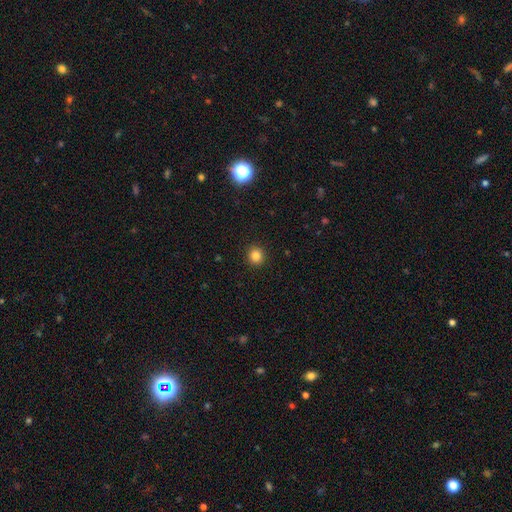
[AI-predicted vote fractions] Q: Smooth or featured?
A: smooth (82%); runner-up: star or artifact (13%)
Q: How rounded?
A: round (91%); runner-up: in between (9%)
Q: Merging?
A: none (93%); runner-up: minor disturbance (5%)